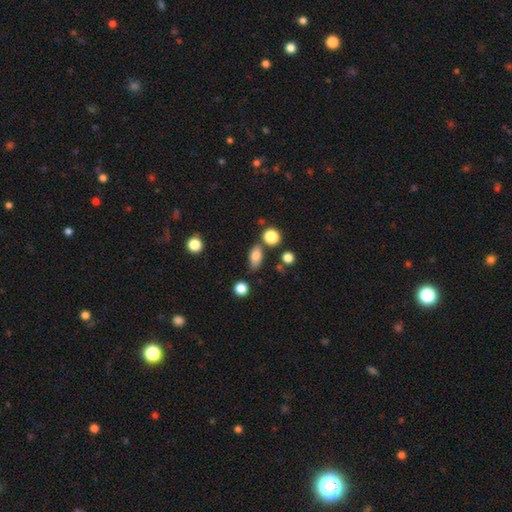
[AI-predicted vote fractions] Smooth or featured?
  - smooth: 79% *
  - featured or disk: 12%
  - star or artifact: 10%
How rounded?
  - in between: 83% *
  - round: 11%
  - cigar-shaped: 6%
Merging?
  - none: 73% *
  - minor disturbance: 15%
  - merger: 8%
  - major disturbance: 4%